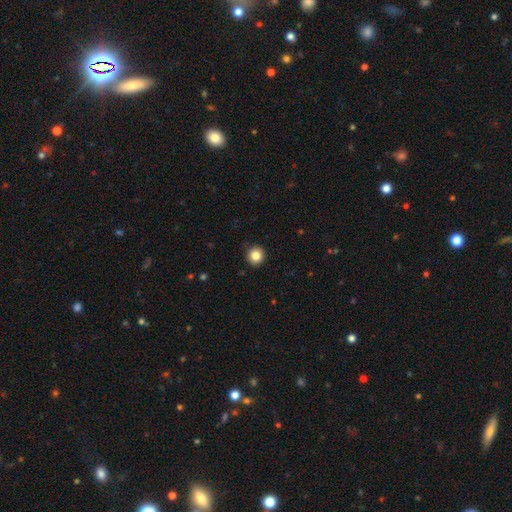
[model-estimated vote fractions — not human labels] Q: Smooth or featured?
A: smooth (84%); runner-up: star or artifact (10%)
Q: How rounded?
A: round (94%); runner-up: in between (5%)
Q: Merging?
A: none (91%); runner-up: minor disturbance (6%)